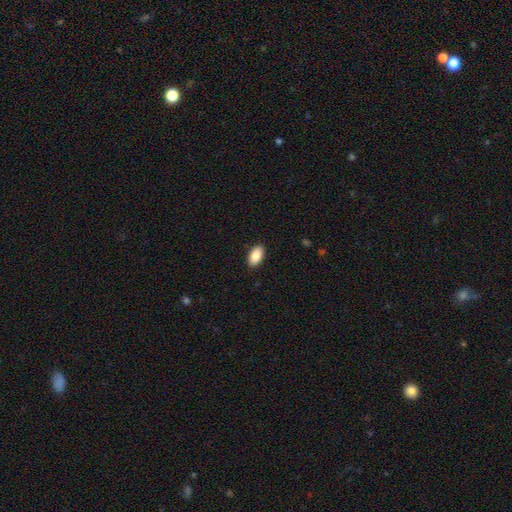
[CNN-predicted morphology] smooth 89%, star or artifact 7%, featured or disk 5%. Down the decision tree: how rounded — in between (94%); merging — none (89%).